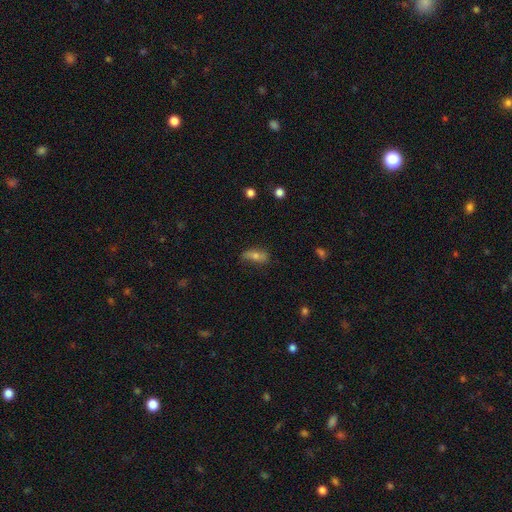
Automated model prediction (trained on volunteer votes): Smooth or featured: smooth — 56% (featured or disk — 33%)
How rounded: in between — 67% (cigar-shaped — 27%)
Merging: none — 65% (minor disturbance — 25%)